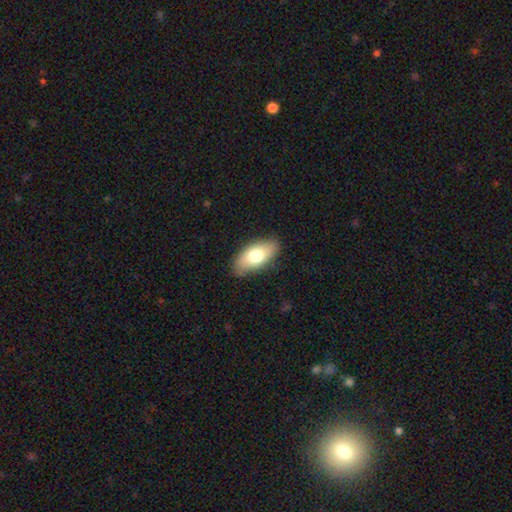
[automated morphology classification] This is likely a smooth galaxy (72%). How rounded: clearly in between (90%). Merging: clearly none (84%).